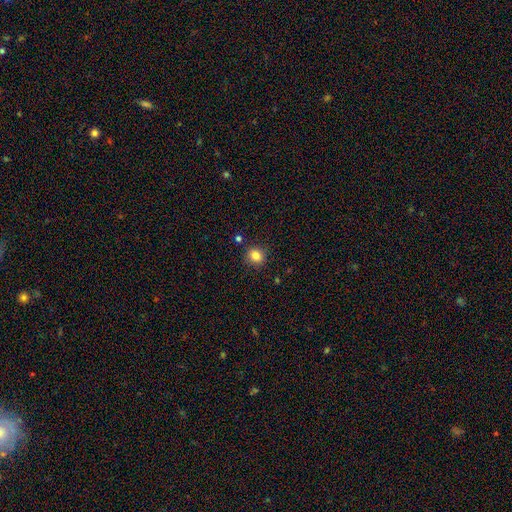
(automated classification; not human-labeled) Smooth or featured? Predicted: smooth (p=0.83). How rounded? Predicted: round (p=0.80). Merging? Predicted: none (p=0.87).